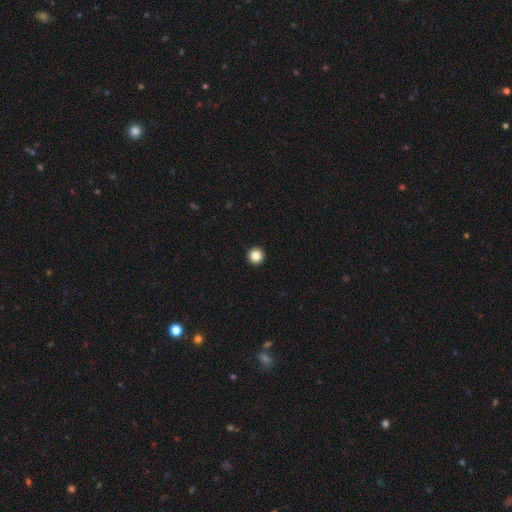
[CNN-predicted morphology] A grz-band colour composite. It shows a smooth galaxy with no disk features (86%) that is round (97%). Merging: none (95%).